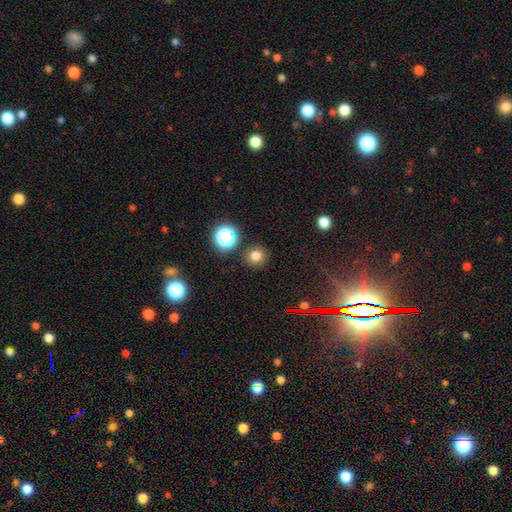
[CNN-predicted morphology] Smooth or featured?
  - smooth: 77% *
  - star or artifact: 17%
  - featured or disk: 6%
How rounded?
  - round: 91% *
  - in between: 8%
  - cigar-shaped: 1%
Merging?
  - none: 88% *
  - minor disturbance: 6%
  - merger: 3%
  - major disturbance: 2%